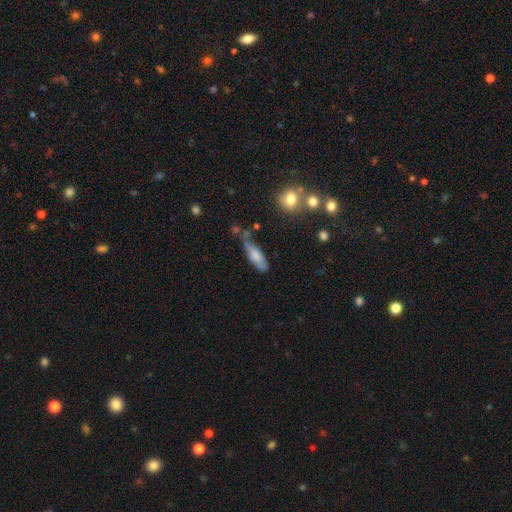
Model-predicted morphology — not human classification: Q: Smooth or featured?
A: smooth (73%); runner-up: featured or disk (19%)
Q: How rounded?
A: in between (55%); runner-up: cigar-shaped (42%)
Q: Merging?
A: none (44%); runner-up: minor disturbance (33%)